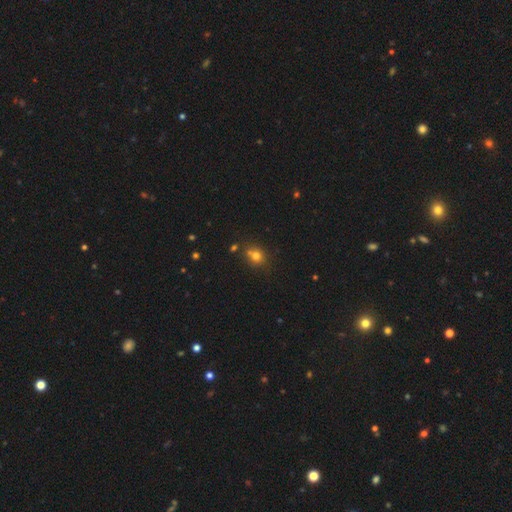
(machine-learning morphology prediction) smooth_or_featured: smooth (p=0.73) [alt: star or artifact p=0.17]
how_rounded: round (p=0.69) [alt: in between p=0.30]
merging: none (p=0.64) [alt: merger p=0.18]